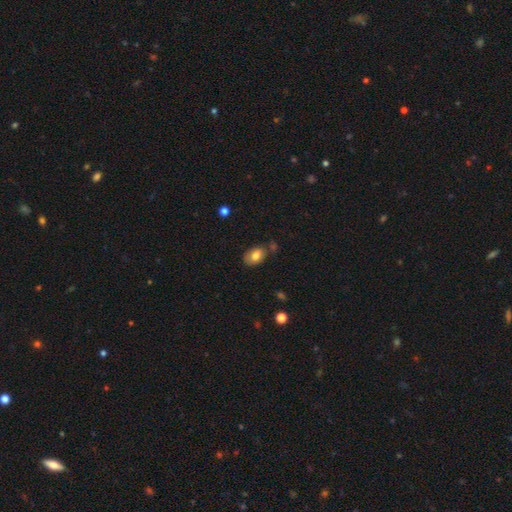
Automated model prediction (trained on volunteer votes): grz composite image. It shows a smooth galaxy with no disk features (78%) that is in between round and cigar-shaped (85%). Merging: none (64%).